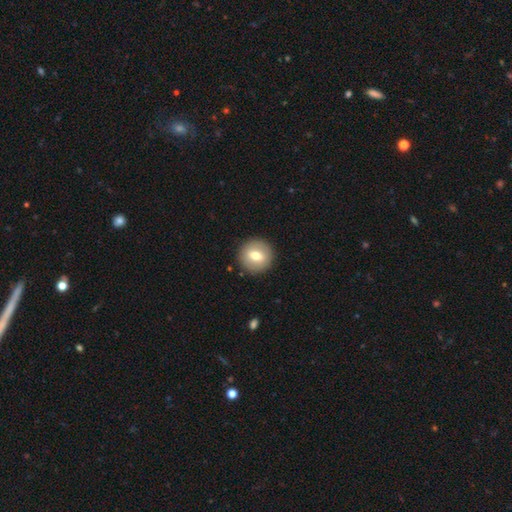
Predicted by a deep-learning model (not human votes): Q: Smooth or featured?
A: smooth (67%); runner-up: featured or disk (25%)
Q: How rounded?
A: round (92%); runner-up: in between (7%)
Q: Merging?
A: none (90%); runner-up: minor disturbance (6%)